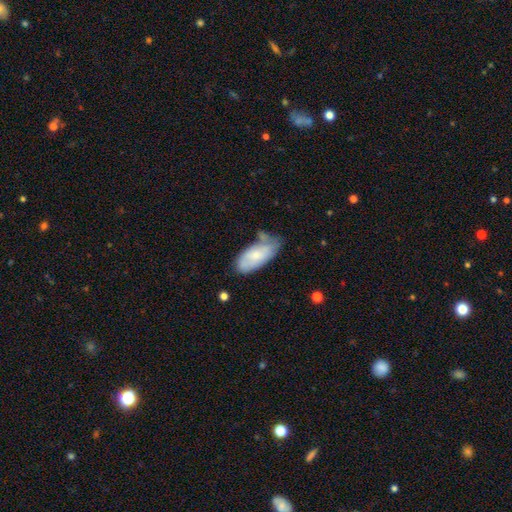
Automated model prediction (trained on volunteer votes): Q: Smooth or featured?
A: smooth (65%); runner-up: featured or disk (29%)
Q: How rounded?
A: in between (90%); runner-up: cigar-shaped (8%)
Q: Merging?
A: none (44%); runner-up: minor disturbance (35%)